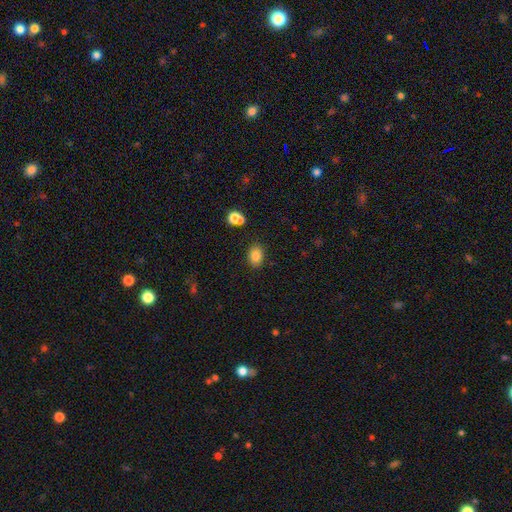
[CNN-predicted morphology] Overall: smooth (84%). How rounded: in between (77%). Merging: none (84%).